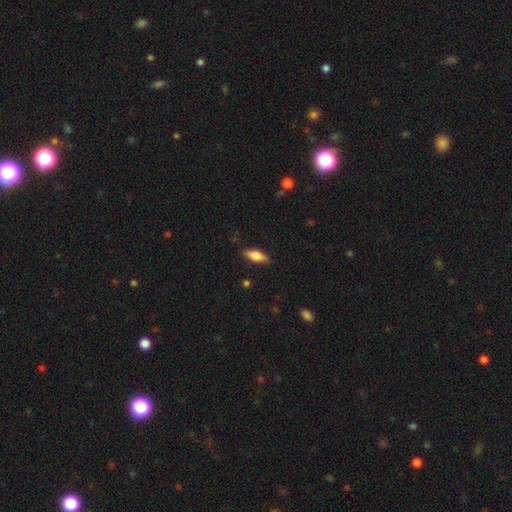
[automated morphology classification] Smooth or featured?
  - smooth: 72% *
  - featured or disk: 22%
  - star or artifact: 6%
How rounded?
  - in between: 72% *
  - cigar-shaped: 26%
  - round: 2%
Merging?
  - none: 86% *
  - minor disturbance: 11%
  - major disturbance: 2%
  - merger: 1%